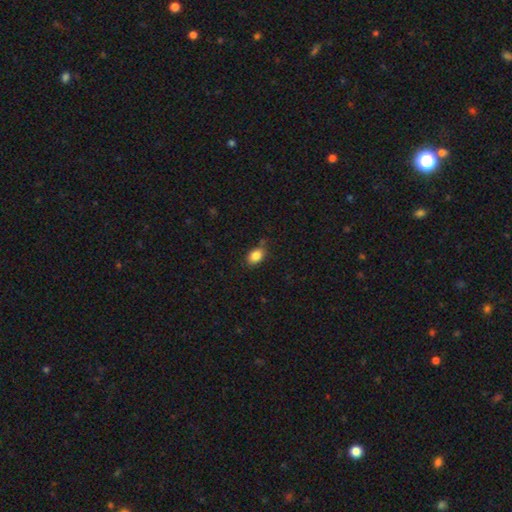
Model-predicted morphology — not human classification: This is clearly a smooth galaxy (86%). How rounded: clearly in between (81%). Merging: likely none (75%).